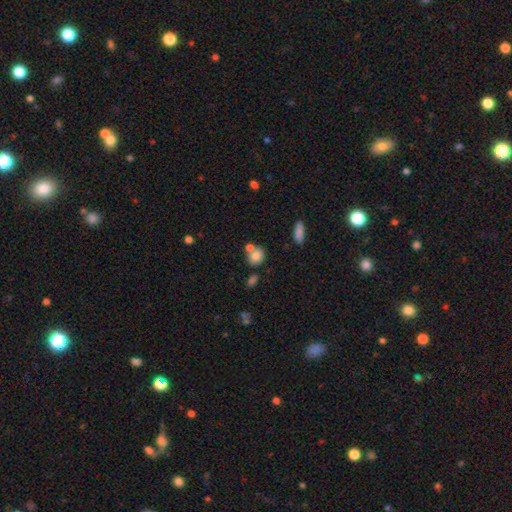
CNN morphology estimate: Smooth or featured?
  - smooth: 78% *
  - featured or disk: 12%
  - star or artifact: 10%
How rounded?
  - round: 63% *
  - in between: 35%
  - cigar-shaped: 2%
Merging?
  - none: 48% *
  - merger: 36%
  - minor disturbance: 11%
  - major disturbance: 4%